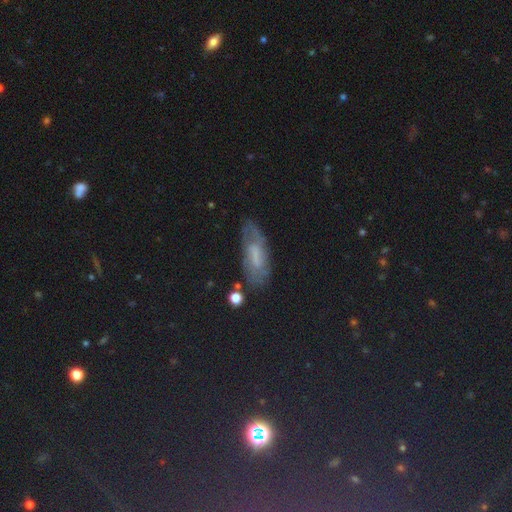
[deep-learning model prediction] This appears to be a featured or disk galaxy (42%). Merging: none (66%).